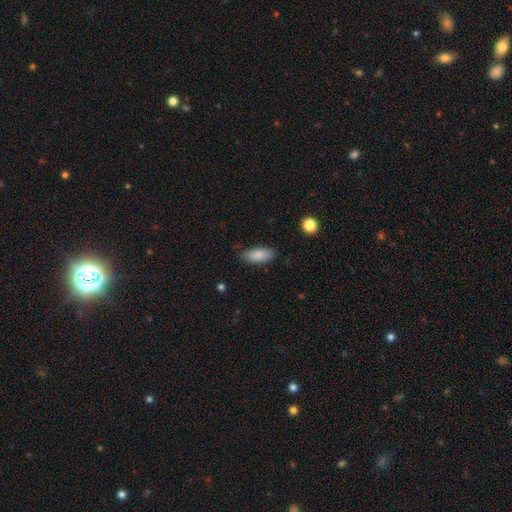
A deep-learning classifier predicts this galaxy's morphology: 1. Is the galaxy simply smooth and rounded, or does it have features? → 87% smooth, 7% star or artifact, 6% featured or disk.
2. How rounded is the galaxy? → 84% in between, 14% cigar-shaped, 2% round.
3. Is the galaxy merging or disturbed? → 85% none, 11% minor disturbance, 2% major disturbance, 1% merger.